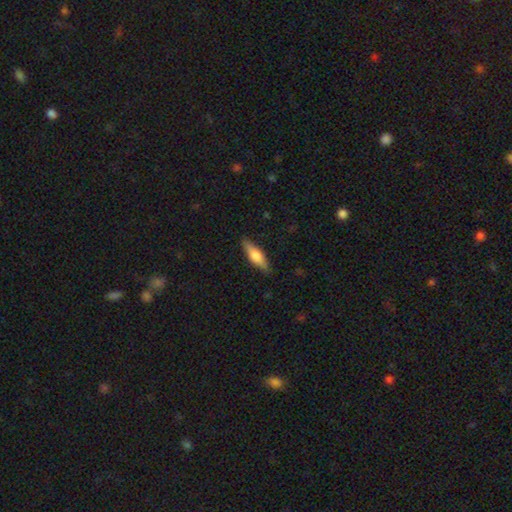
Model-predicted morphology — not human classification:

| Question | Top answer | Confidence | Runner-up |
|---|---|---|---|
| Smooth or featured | smooth | 63% | featured or disk (31%) |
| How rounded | cigar-shaped | 55% | in between (43%) |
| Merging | none | 86% | minor disturbance (11%) |